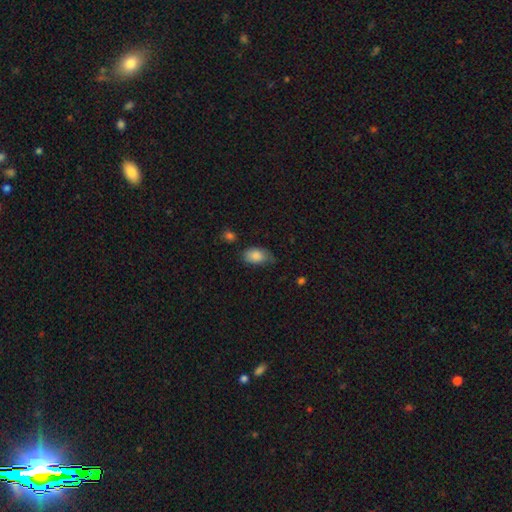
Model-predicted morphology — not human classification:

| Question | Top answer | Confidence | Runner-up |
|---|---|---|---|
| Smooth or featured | smooth | 84% | featured or disk (8%) |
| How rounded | in between | 90% | round (8%) |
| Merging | none | 52% | minor disturbance (36%) |